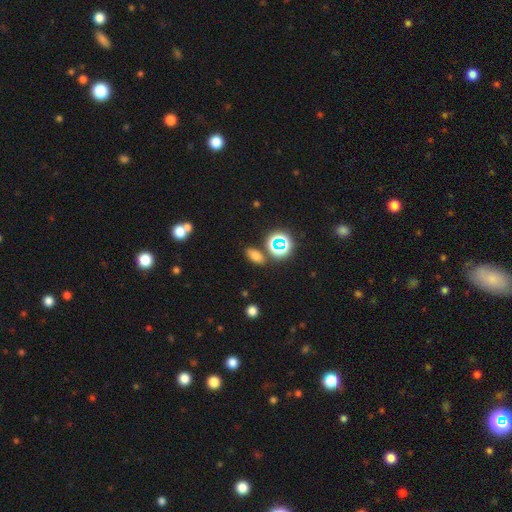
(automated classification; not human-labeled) This appears to be a smooth galaxy with no disk features (66%) that is in between round and cigar-shaped (79%). Merging: none (78%).